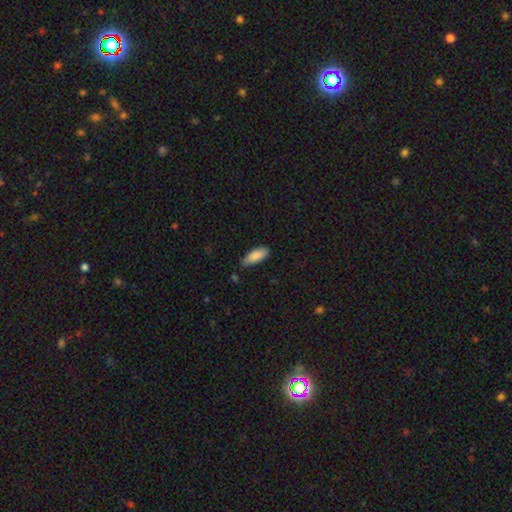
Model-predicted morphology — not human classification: The model was most divided on "merging": none: 73%, minor disturbance: 22%, major disturbance: 3%, merger: 2%. More confident: smooth or featured — smooth (88%); how rounded — in between (77%).